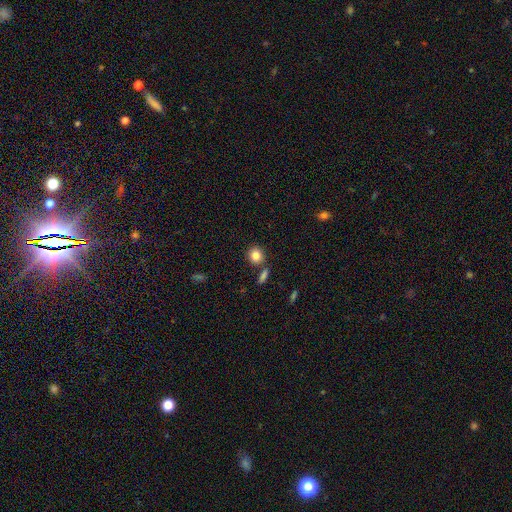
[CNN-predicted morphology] This appears to be a smooth galaxy with no disk features (83%) that is round (80%). Merging: none (76%).